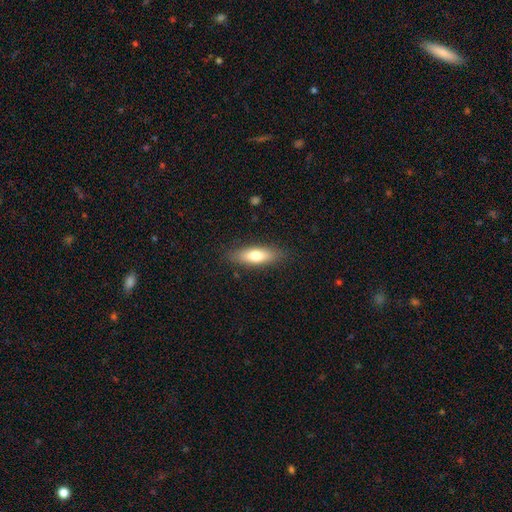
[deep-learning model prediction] Smooth or featured? smooth (73%)
How rounded? in between (52%)
Merging? none (85%)